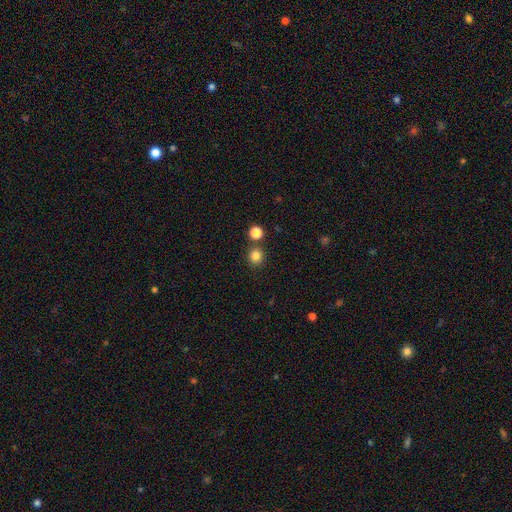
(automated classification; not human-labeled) Smooth or featured? smooth (83%)
How rounded? round (91%)
Merging? none (81%)